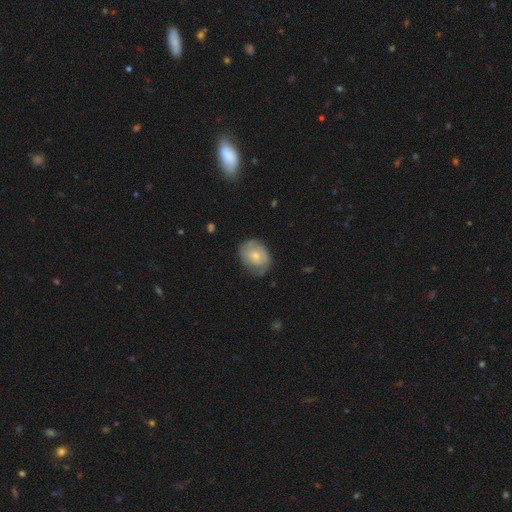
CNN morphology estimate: A smooth galaxy with no disk features (52%) that is in between round and cigar-shaped (55%). Merging: none (64%).